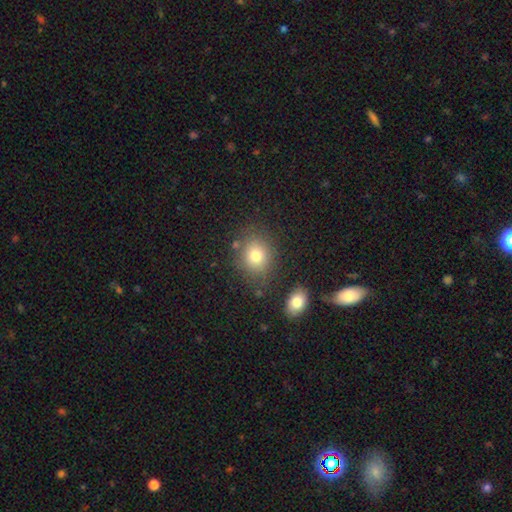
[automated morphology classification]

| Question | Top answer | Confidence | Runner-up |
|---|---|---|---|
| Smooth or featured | smooth | 78% | star or artifact (12%) |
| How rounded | round | 60% | in between (39%) |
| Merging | none | 76% | minor disturbance (12%) |